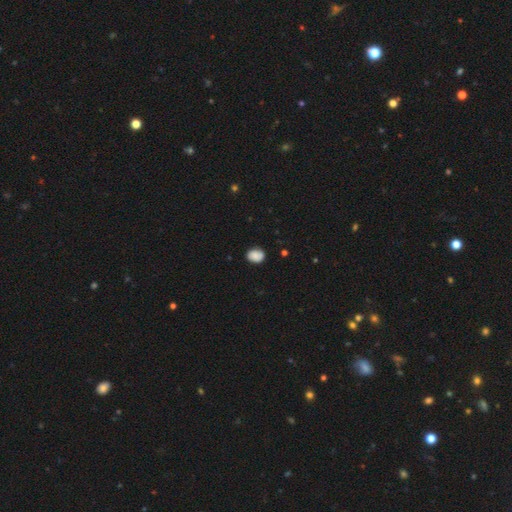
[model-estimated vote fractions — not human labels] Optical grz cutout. It shows a smooth galaxy with no disk features (85%) that is in between round and cigar-shaped (54%). Merging: none (82%).